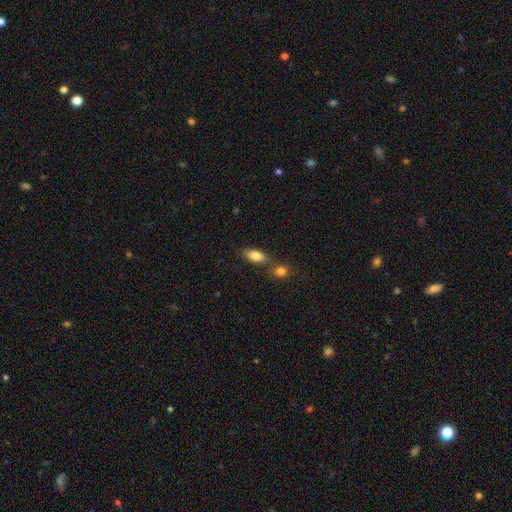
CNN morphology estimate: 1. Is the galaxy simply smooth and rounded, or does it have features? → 82% smooth, 10% featured or disk, 8% star or artifact.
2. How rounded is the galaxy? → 86% in between, 9% cigar-shaped, 6% round.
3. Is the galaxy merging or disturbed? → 61% none, 24% merger, 12% minor disturbance, 3% major disturbance.